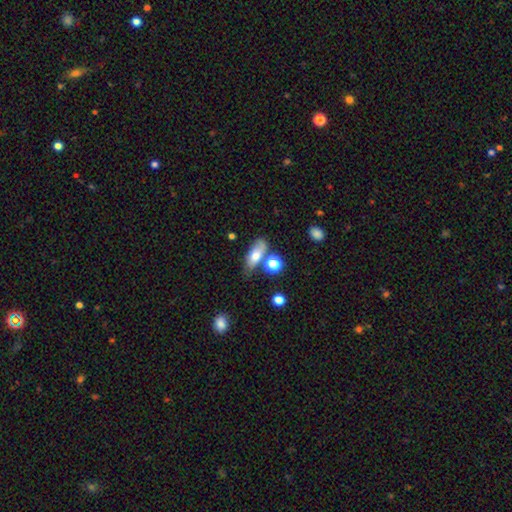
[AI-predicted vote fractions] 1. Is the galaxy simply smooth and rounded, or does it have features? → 68% smooth, 22% featured or disk, 10% star or artifact.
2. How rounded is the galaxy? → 76% in between, 17% cigar-shaped, 7% round.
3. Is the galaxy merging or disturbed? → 57% none, 20% minor disturbance, 16% merger, 7% major disturbance.